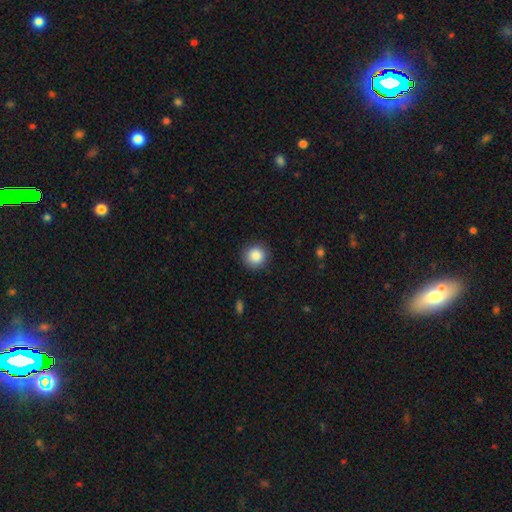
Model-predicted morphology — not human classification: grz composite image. It shows a smooth galaxy with no disk features (87%) that is round (94%). Merging: none (89%).